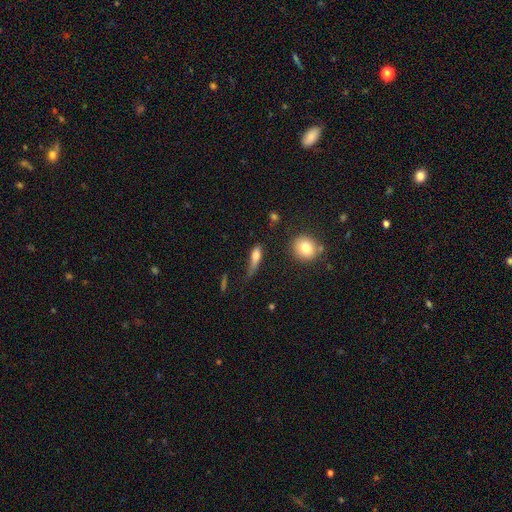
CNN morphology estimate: This appears to be a smooth galaxy with no disk features (72%) that is in between round and cigar-shaped (54%). Merging: major disturbance (35%).